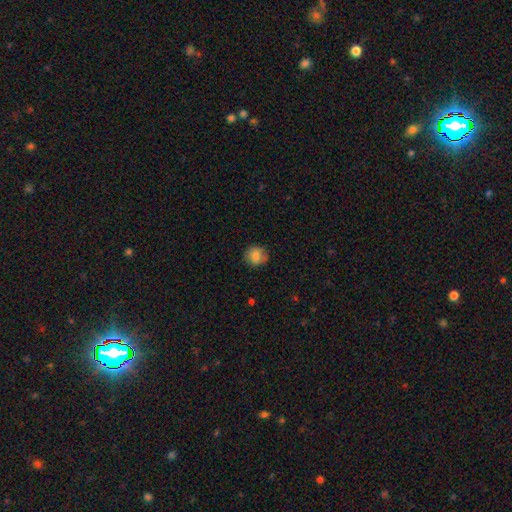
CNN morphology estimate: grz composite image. It shows a smooth galaxy with no disk features (82%) that is round (85%). Merging: none (83%).